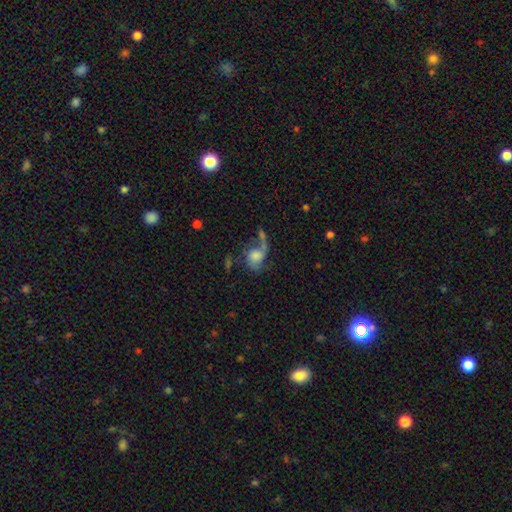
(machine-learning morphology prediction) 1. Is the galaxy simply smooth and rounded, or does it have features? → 56% featured or disk, 34% smooth, 10% star or artifact.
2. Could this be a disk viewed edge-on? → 97% no, 3% yes.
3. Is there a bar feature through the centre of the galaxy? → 72% no, 23% weak, 4% strong.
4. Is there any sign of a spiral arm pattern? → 80% yes, 20% no.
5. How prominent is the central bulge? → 34% moderate, 25% large, 21% small, 15% none, 5% dominant.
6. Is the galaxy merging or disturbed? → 36% major disturbance, 30% none, 17% minor disturbance, 16% merger.